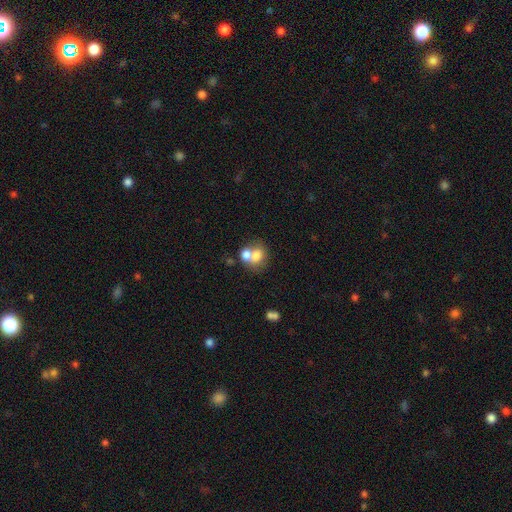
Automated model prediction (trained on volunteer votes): A smooth galaxy with no disk features (71%) that is round (57%).

Vote fractions:
- Smooth or featured? smooth: 71% / featured or disk: 19% / star or artifact: 10%
- How rounded? round: 57% / in between: 42% / cigar-shaped: 1%
- Merging? merger: 57% / none: 31% / minor disturbance: 8% / major disturbance: 5%